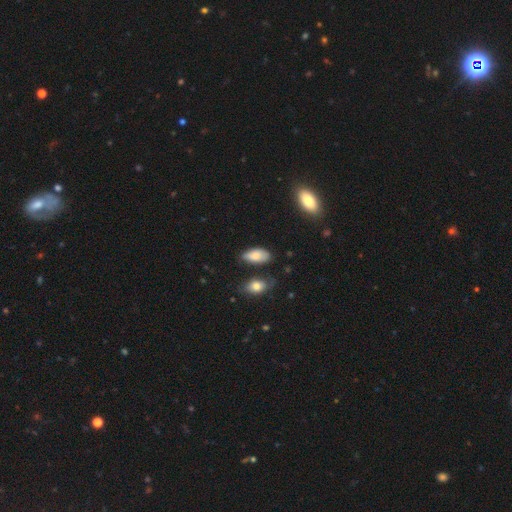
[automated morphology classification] This is likely a smooth galaxy (77%). How rounded: clearly in between (93%). Merging: possibly none (58%).